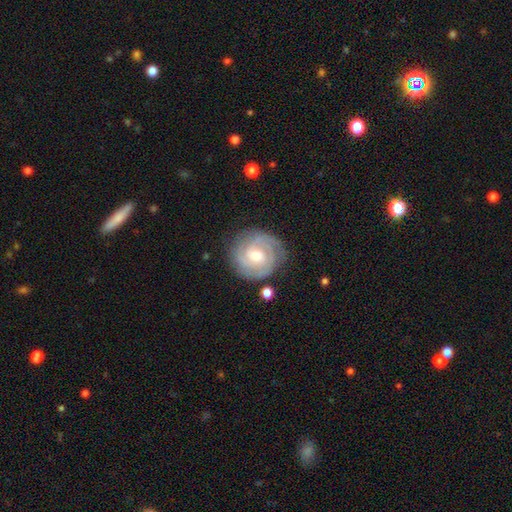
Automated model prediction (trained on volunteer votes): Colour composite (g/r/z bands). It shows a featured or disk galaxy (84%) with no bar (52%), 3 (31%, tied with 2) tight (72%) spiral arms (96%) and a moderate central bulge (53%). Merging: none (81%).